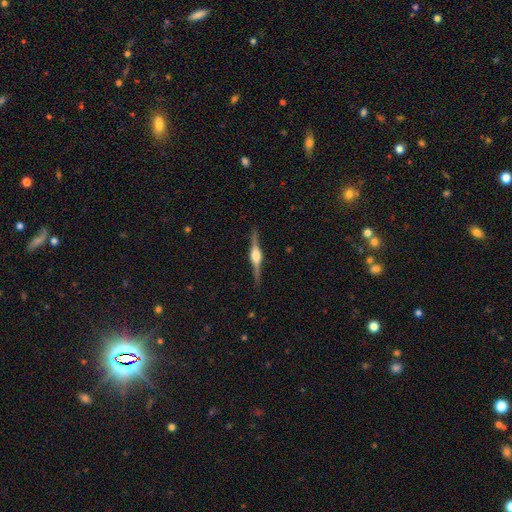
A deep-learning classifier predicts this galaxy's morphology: Smooth or featured? Predicted: featured or disk (p=0.85). Edge-on disk? Predicted: yes (p=0.98). Edge-on bulge? Predicted: rounded (p=0.89). Merging? Predicted: none (p=0.90).